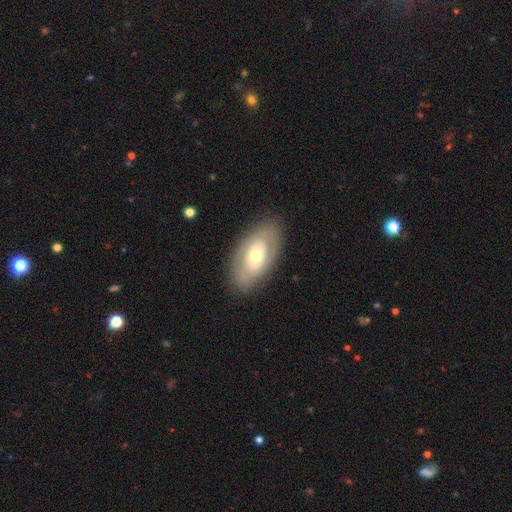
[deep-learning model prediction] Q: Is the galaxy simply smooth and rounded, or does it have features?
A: featured or disk — 48%.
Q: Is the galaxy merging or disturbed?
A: none — 82%.